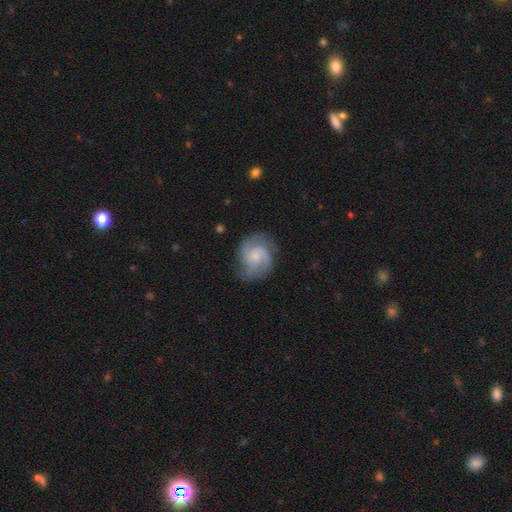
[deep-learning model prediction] Overall: featured or disk (79%). Edge-on disk: no (98%). Bar: no (65%; weak 31%). Spiral arms: yes (96%). Spiral arm count: 2 (41%; 3 35%). Spiral winding: medium (50%; tight 32%). Bulge size: small (48%; moderate 35%). Merging: none (69%).